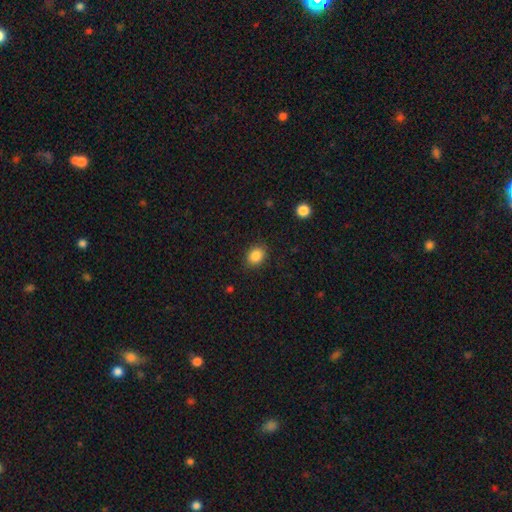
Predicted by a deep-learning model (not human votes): smooth 87%, star or artifact 9%, featured or disk 4%. Down the decision tree: how rounded — round (51%); merging — none (87%).